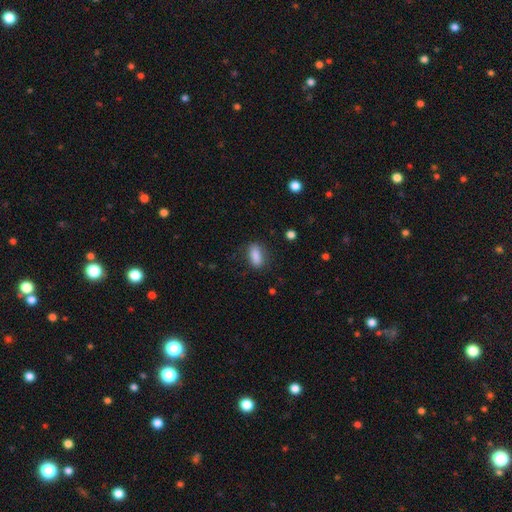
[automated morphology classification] smooth-or-featured: smooth: 86% | star or artifact: 8% | featured or disk: 6%
  how-rounded: in between: 77% | cigar-shaped: 18% | round: 5%
  merging: none: 82% | minor disturbance: 13% | major disturbance: 4% | merger: 1%